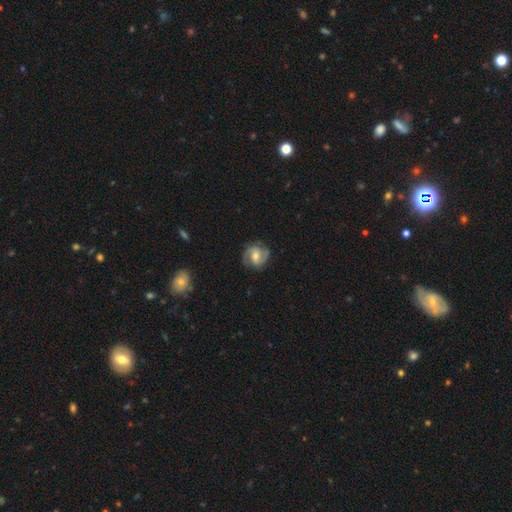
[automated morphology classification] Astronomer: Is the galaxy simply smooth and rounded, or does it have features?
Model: featured or disk — 76%.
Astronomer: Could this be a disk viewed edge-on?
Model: no — 98%.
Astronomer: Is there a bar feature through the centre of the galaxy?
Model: weak — 47% (runner-up: no, 36%).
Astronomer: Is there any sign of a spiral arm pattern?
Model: yes — 94%.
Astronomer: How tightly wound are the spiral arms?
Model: medium — 49% (runner-up: tight, 32%).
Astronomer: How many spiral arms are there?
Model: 2 — 83%.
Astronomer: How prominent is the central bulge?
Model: moderate — 64%.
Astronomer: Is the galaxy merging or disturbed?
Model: none — 79%.